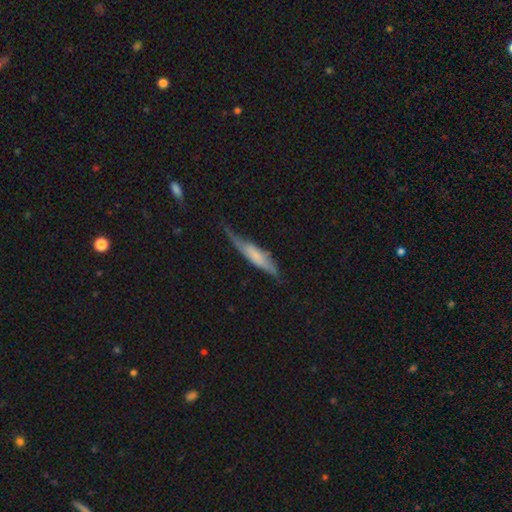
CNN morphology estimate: type=smooth (49%); merging=none (48%).